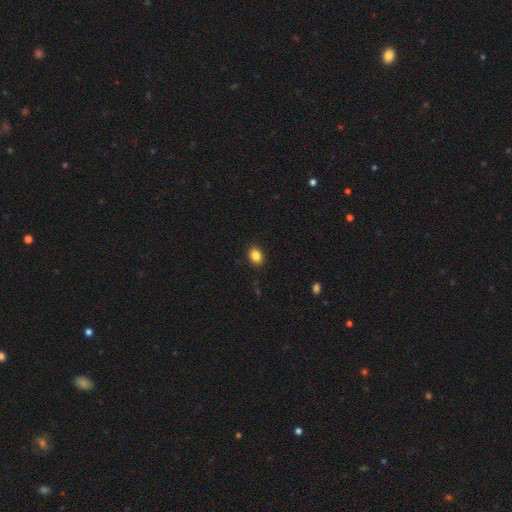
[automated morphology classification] This is clearly a smooth galaxy (86%). How rounded: possibly in between (59%). Merging: clearly none (90%).